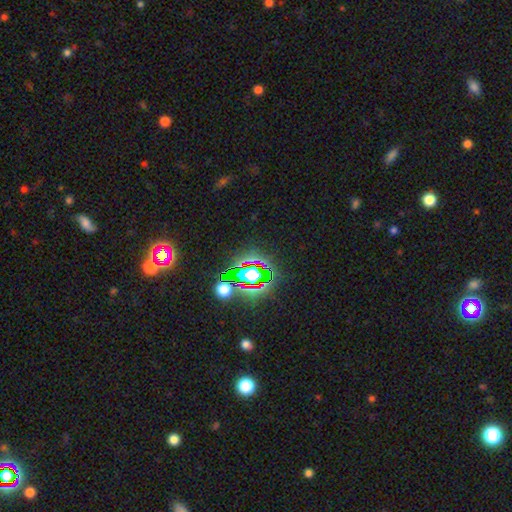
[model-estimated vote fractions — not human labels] Morphology: type=star or artifact (82%).